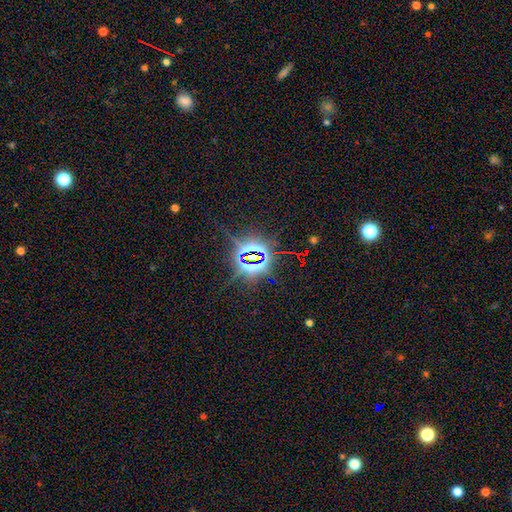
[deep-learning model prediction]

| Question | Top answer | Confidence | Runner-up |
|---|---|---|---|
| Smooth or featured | star or artifact | 84% | smooth (9%) |